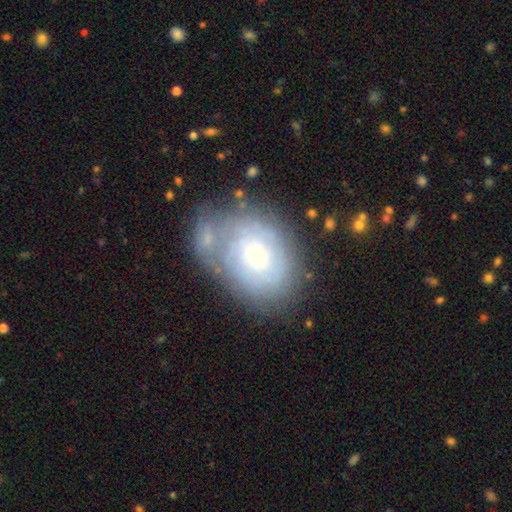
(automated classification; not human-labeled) Smooth or featured? Predicted: featured or disk (p=0.66). Edge-on disk? Predicted: no (p=0.97). Bar? Predicted: no (p=0.84). Spiral arms? Predicted: yes (p=0.77). Bulge size? Predicted: small (p=0.83). Merging? Predicted: none (p=0.55).